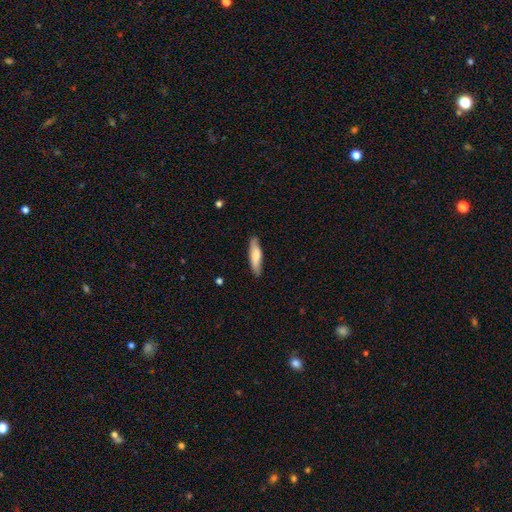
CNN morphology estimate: Overall: smooth (71%). How rounded: cigar-shaped (69%; in between 30%). Merging: none (85%).